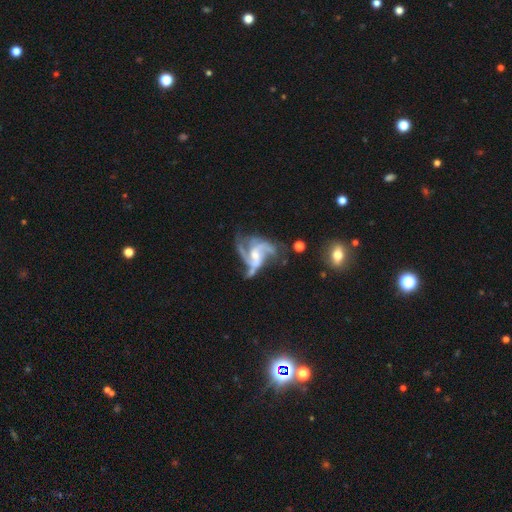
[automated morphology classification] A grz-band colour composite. It shows a featured or disk galaxy (88%) with no bar (49%), 3 (52%) medium (48%) spiral arms (95%) and a moderate central bulge (45%). Merging: none (38%).